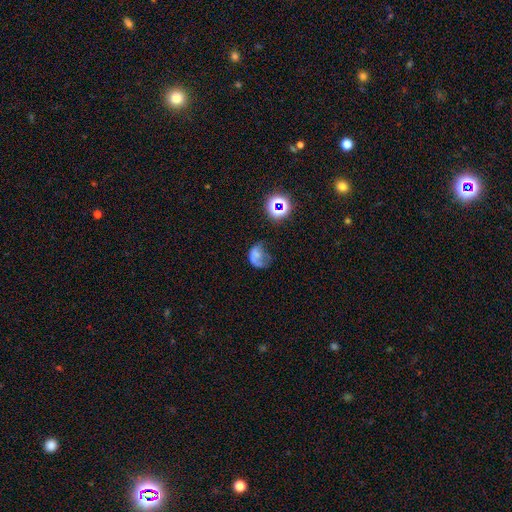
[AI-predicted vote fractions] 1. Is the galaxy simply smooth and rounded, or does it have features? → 48% smooth, 33% featured or disk, 19% star or artifact.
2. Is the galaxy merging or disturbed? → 45% major disturbance, 25% minor disturbance, 24% none, 6% merger.